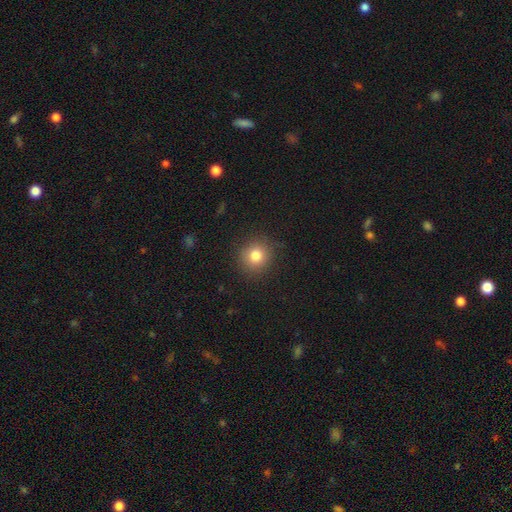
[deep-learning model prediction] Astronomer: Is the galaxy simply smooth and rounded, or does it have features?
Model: smooth — 81%.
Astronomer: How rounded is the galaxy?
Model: round — 91%.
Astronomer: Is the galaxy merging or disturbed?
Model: none — 89%.